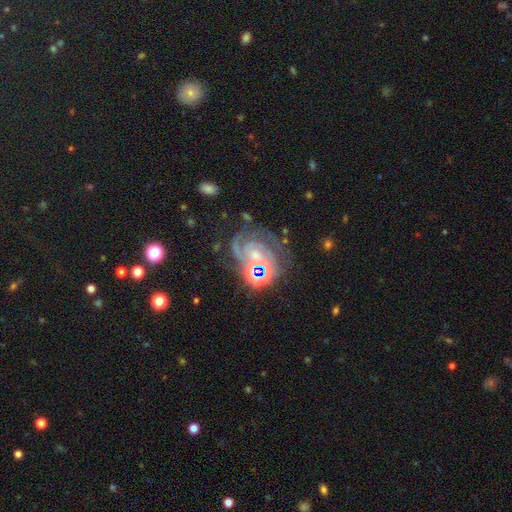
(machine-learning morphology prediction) A featured or disk galaxy (72%) with no bar (64%), 2 (42%) tight (59%) spiral arms (94%) and a small central bulge (45%).

Vote fractions:
- Smooth or featured? featured or disk: 72% / star or artifact: 18% / smooth: 10%
- Edge-on disk? no: 98% / yes: 2%
- Bar? no: 64% / weak: 26% / strong: 10%
- Spiral arms? yes: 94% / no: 6%
- Spiral winding? tight: 59% / medium: 34% / loose: 7%
- Spiral arm count? 2: 42% / can't tell: 20% / 3: 20% / 1: 8% / 4: 6% / more than 4: 5%
- Bulge size? small: 45% / moderate: 37% / none: 10% / large: 6% / dominant: 2%
- Merging? none: 55% / minor disturbance: 19% / major disturbance: 16% / merger: 9%